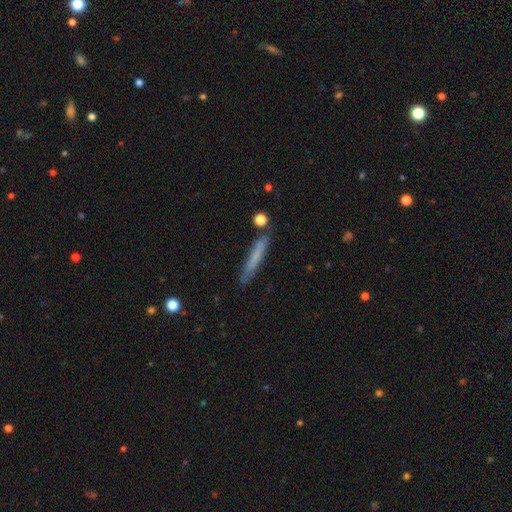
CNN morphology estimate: Smooth or featured? smooth (66%)
How rounded? cigar-shaped (95%)
Merging? none (83%)